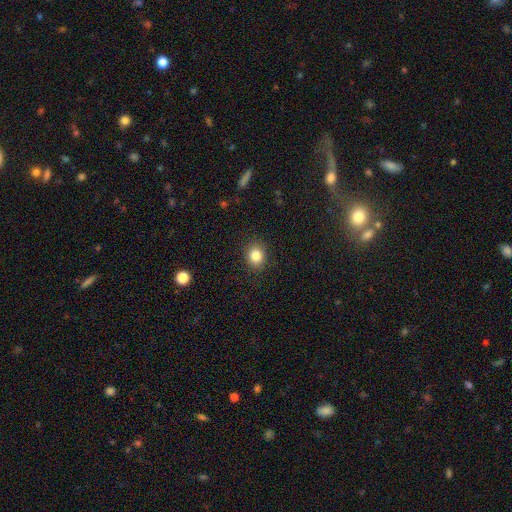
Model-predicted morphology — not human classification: The model was most divided on "how rounded": round: 61%, in between: 38%, cigar-shaped: 1%. More confident: merging — none (89%); smooth or featured — smooth (84%).